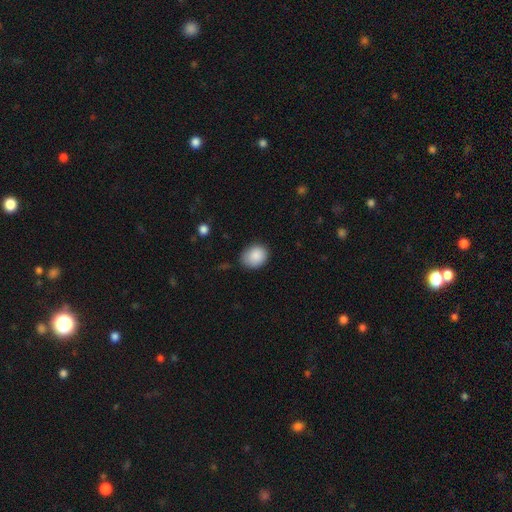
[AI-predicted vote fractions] Smooth or featured? Predicted: smooth (p=0.88). How rounded? Predicted: round (p=0.53). Merging? Predicted: none (p=0.76).